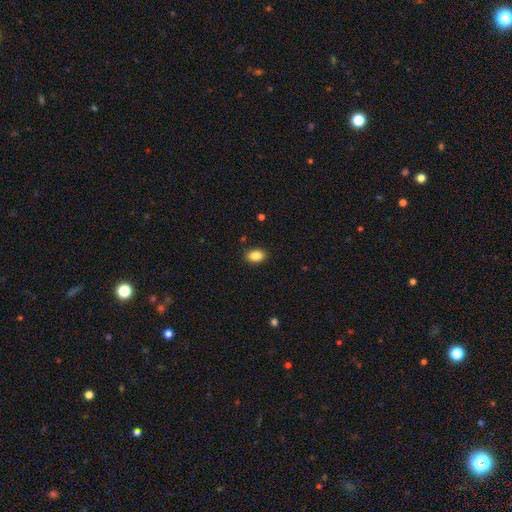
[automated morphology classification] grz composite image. It shows a smooth galaxy with no disk features (87%) that is in between round and cigar-shaped (84%). Merging: none (88%).